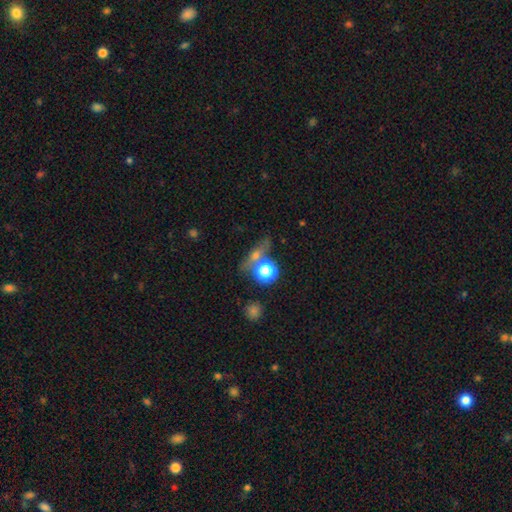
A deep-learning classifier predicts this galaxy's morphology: This is possibly a smooth galaxy (48%). Merging: likely none (62%).